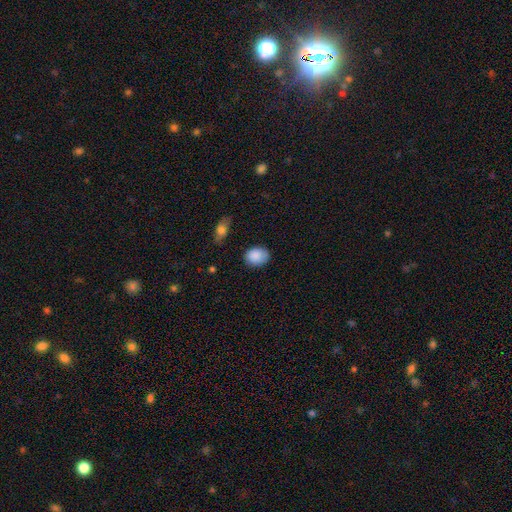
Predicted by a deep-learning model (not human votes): smooth-or-featured: smooth: 88% | star or artifact: 7% | featured or disk: 5%
  how-rounded: in between: 58% | round: 41% | cigar-shaped: 1%
  merging: none: 79% | minor disturbance: 16% | major disturbance: 3% | merger: 2%